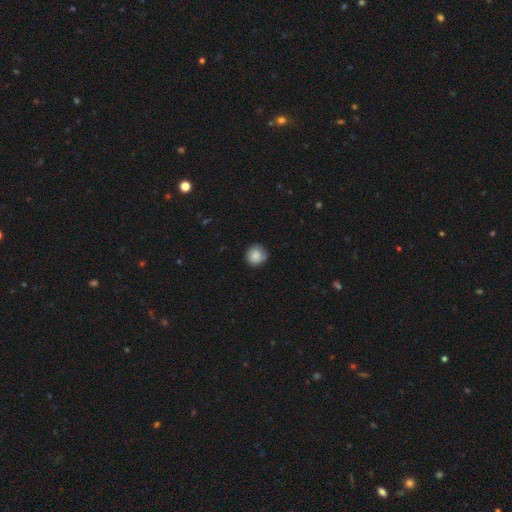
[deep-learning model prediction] Q: Smooth or featured?
A: smooth (84%); runner-up: star or artifact (8%)
Q: How rounded?
A: round (93%); runner-up: in between (6%)
Q: Merging?
A: none (85%); runner-up: minor disturbance (12%)